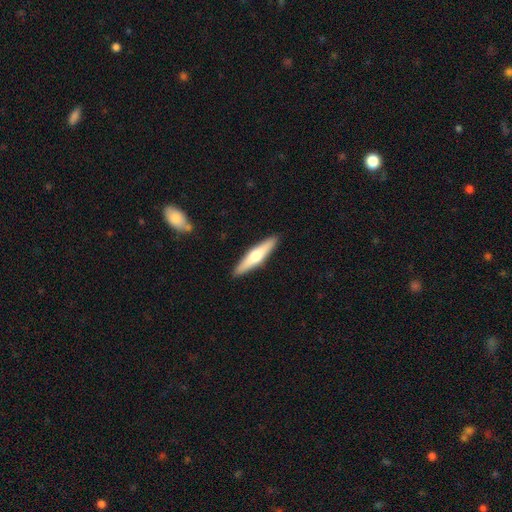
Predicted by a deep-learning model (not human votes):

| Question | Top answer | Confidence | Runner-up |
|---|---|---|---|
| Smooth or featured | smooth | 48% | featured or disk (47%) |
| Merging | none | 91% | minor disturbance (6%) |